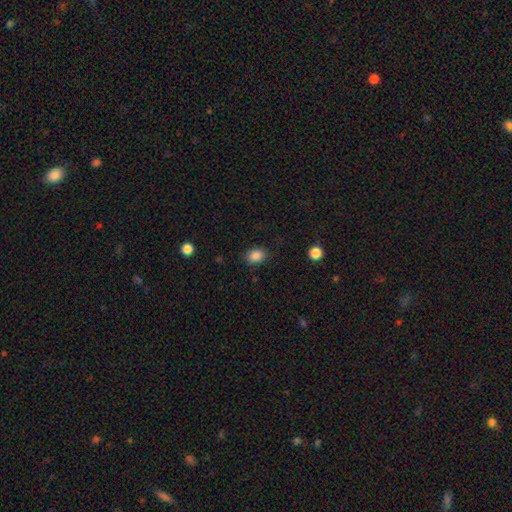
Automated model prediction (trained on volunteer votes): Overall: smooth (86%). How rounded: in between (61%; round 38%). Merging: none (85%).